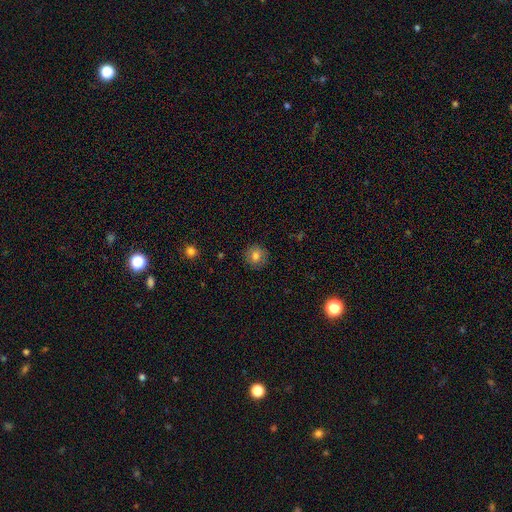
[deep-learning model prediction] Smooth or featured? smooth (78%)
How rounded? round (89%)
Merging? none (88%)